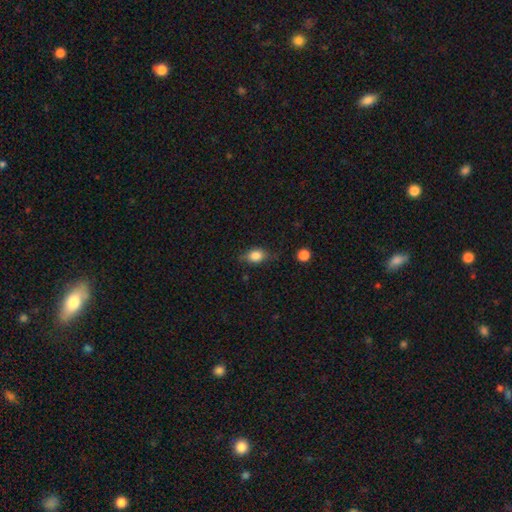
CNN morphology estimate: This appears to be a smooth galaxy with no disk features (82%) that is in between round and cigar-shaped (66%). Merging: none (67%).